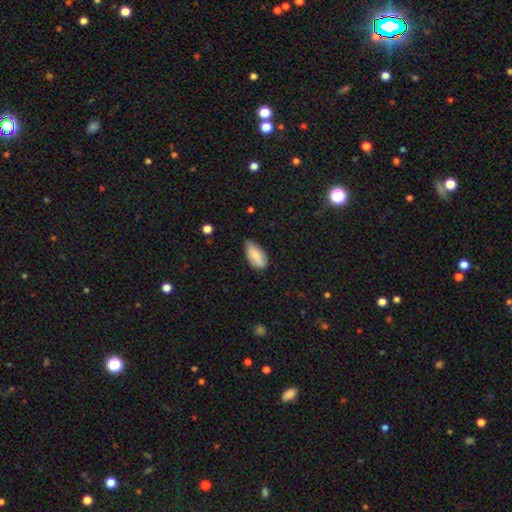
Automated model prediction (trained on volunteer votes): smooth_or_featured: smooth (p=0.78) [alt: featured or disk p=0.15]
how_rounded: in between (p=0.90) [alt: cigar-shaped p=0.07]
merging: none (p=0.60) [alt: minor disturbance p=0.34]